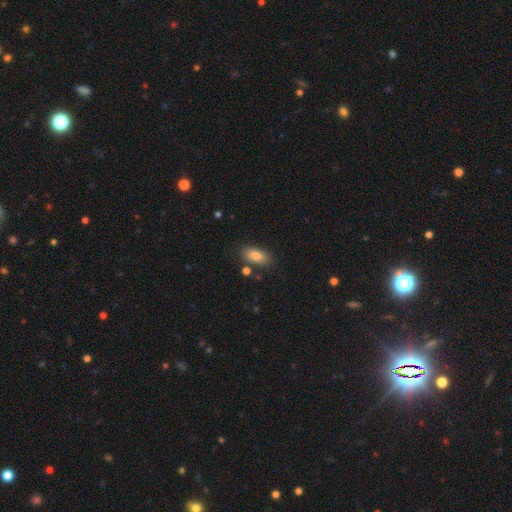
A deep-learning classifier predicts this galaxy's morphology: smooth-or-featured: smooth: 82% | featured or disk: 10% | star or artifact: 8%
  how-rounded: in between: 88% | cigar-shaped: 8% | round: 4%
  merging: none: 81% | minor disturbance: 11% | merger: 5% | major disturbance: 3%